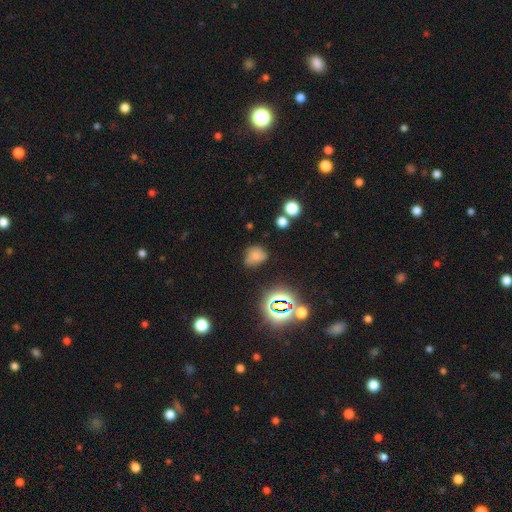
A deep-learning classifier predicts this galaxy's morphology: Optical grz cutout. It shows a smooth galaxy with no disk features (61%) that is round (53%). Merging: none (54%).